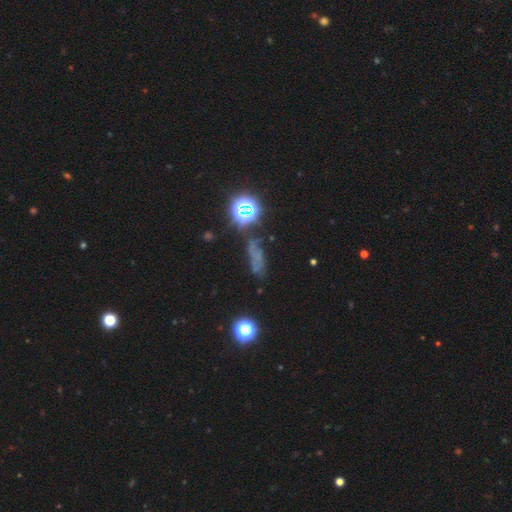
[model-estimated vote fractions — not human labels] smooth 40%, star or artifact 39%, featured or disk 21%. Down the decision tree: merging — none (55%).